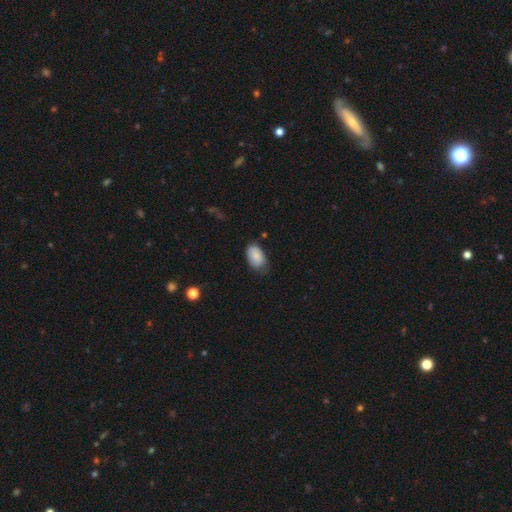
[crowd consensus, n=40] A smooth galaxy with no disk features (82%) that is in between round and cigar-shaped (97%).

Vote fractions:
- Smooth or featured? smooth: 82% / featured or disk: 10% / star or artifact: 8%
- How rounded? in between: 97% / round: 3% / cigar-shaped: 0%
- Merging? none: 49% / minor disturbance: 43% / major disturbance: 8% / merger: 0%